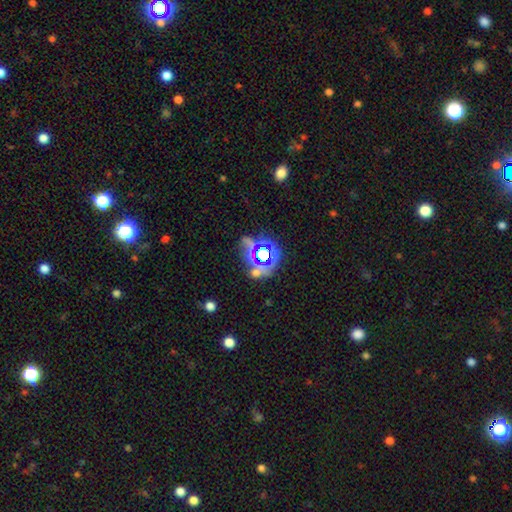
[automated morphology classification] smooth_or_featured: star or artifact (p=0.63) [alt: smooth p=0.22]